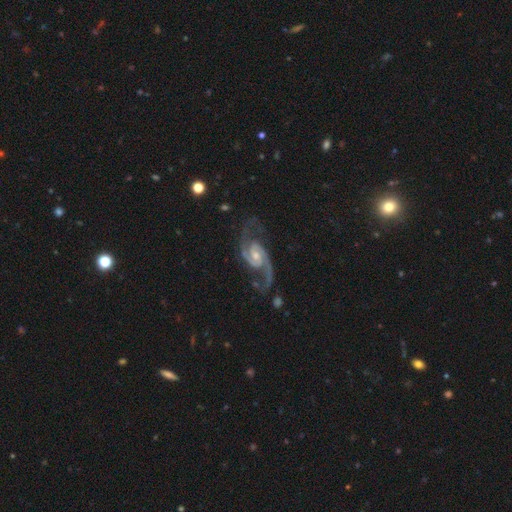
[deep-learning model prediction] The model was most divided on "bulge size" (2-way tie): small: 47%, moderate: 47%, large: 2%, none: 2%, dominant: 1%. Remaining: spiral arms — yes (98%); edge-on disk — no (98%); smooth or featured — featured or disk (93%); spiral arm count — 2 (92%); merging — none (67%); spiral winding — medium (56%); bar — no (48%).